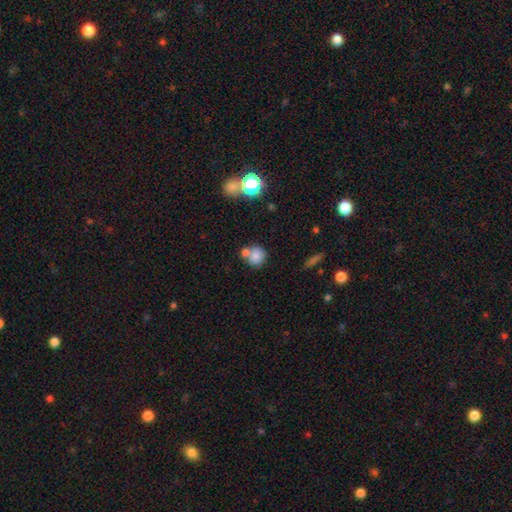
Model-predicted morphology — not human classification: Q: Smooth or featured?
A: smooth (81%); runner-up: star or artifact (10%)
Q: How rounded?
A: round (81%); runner-up: in between (18%)
Q: Merging?
A: none (49%); runner-up: merger (35%)